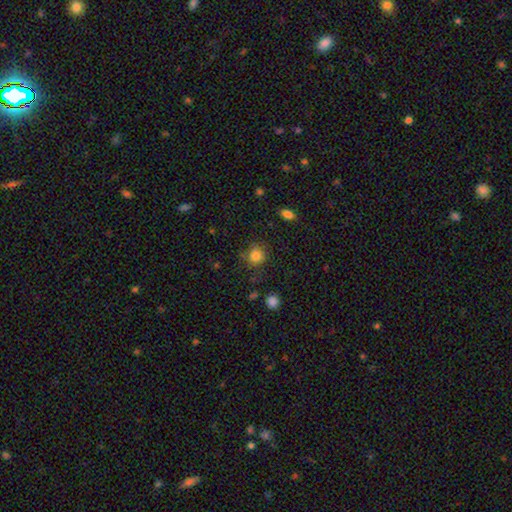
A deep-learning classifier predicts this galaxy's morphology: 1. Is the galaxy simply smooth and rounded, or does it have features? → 81% smooth, 12% star or artifact, 6% featured or disk.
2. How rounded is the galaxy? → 84% round, 15% in between, 1% cigar-shaped.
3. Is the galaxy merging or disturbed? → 74% none, 17% minor disturbance, 6% major disturbance, 3% merger.